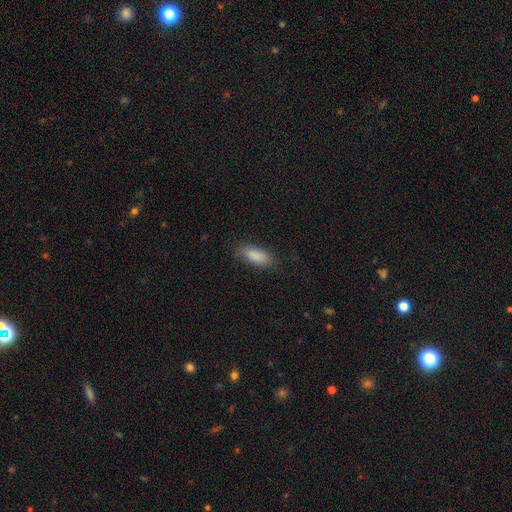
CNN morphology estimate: type=smooth (88%); roundness=in between (79%); merging=none (81%).